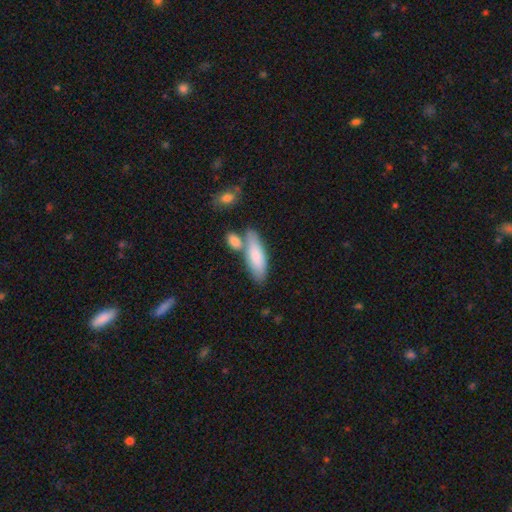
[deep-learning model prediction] This appears to be a smooth galaxy with no disk features (81%) that is in between round and cigar-shaped (62%). Merging: none (55%).